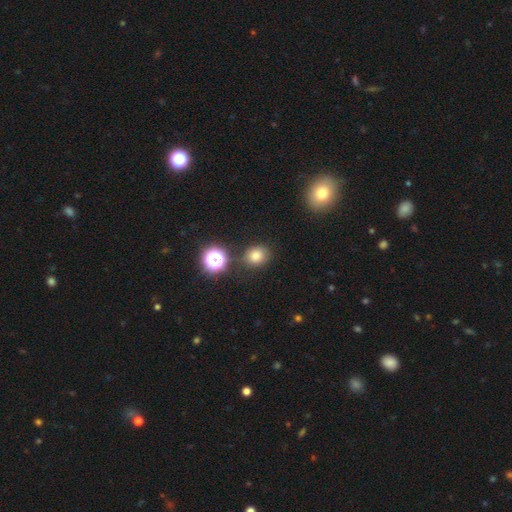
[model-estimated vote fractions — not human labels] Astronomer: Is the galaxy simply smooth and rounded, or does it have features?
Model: smooth — 76%.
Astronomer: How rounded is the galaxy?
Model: round — 67%.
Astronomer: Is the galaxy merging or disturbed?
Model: none — 80%.